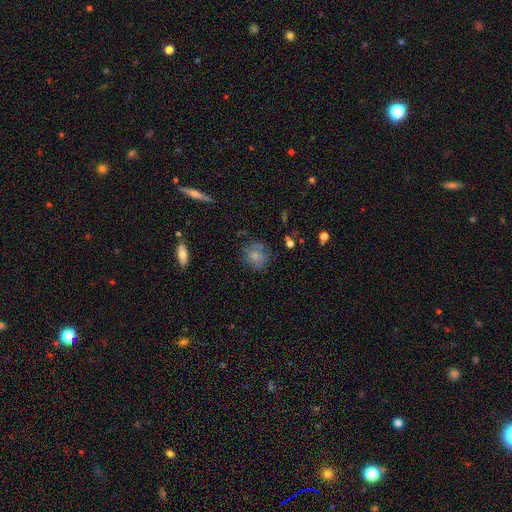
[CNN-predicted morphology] A smooth galaxy with no disk features (73%) that is round (81%).

Vote fractions:
- Smooth or featured? smooth: 73% / featured or disk: 17% / star or artifact: 10%
- How rounded? round: 81% / in between: 17% / cigar-shaped: 1%
- Merging? none: 72% / minor disturbance: 18% / major disturbance: 6% / merger: 3%